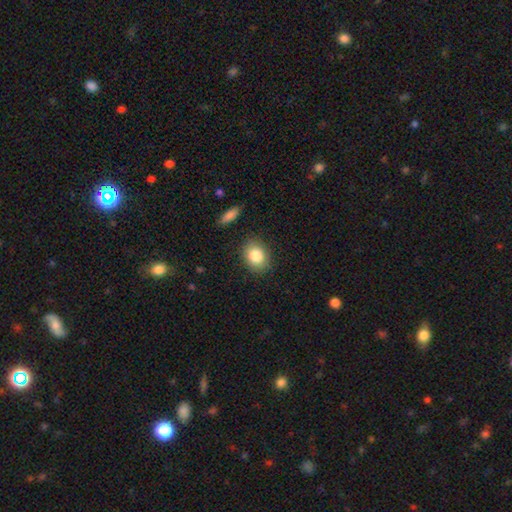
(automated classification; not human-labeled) Overall: smooth (84%). How rounded: in between (54%; round 45%). Merging: none (85%).